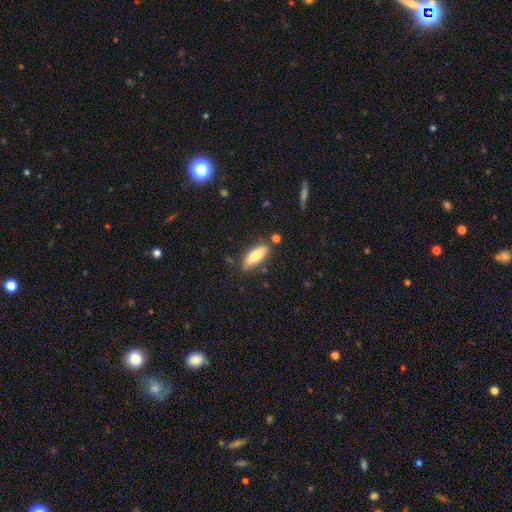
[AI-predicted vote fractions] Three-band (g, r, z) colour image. It shows a smooth galaxy with no disk features (79%) that is in between round and cigar-shaped (60%). Merging: none (79%).